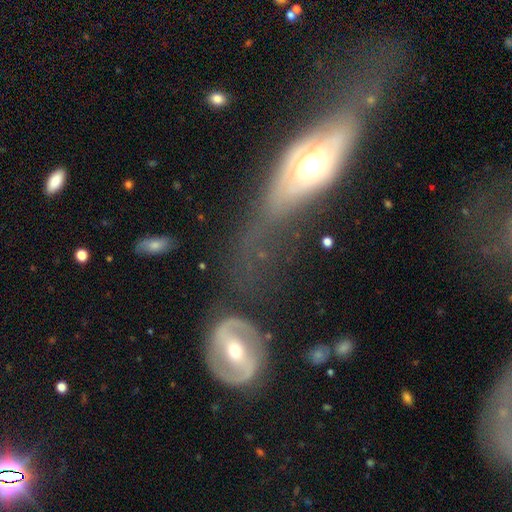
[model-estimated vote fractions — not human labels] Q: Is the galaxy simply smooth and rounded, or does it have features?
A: featured or disk — 64%.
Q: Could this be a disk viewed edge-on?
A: no — 68%.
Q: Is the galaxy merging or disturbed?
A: none — 34%, tied with major disturbance.